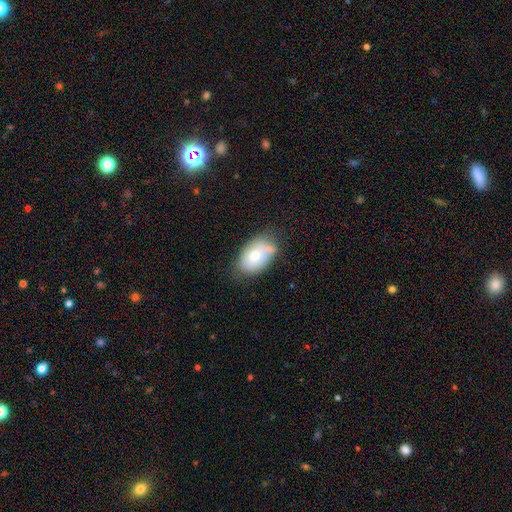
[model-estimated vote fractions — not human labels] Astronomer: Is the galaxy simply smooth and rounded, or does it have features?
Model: smooth — 65%.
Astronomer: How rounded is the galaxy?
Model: in between — 88%.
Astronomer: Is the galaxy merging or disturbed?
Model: none — 47% (runner-up: minor disturbance, 28%).